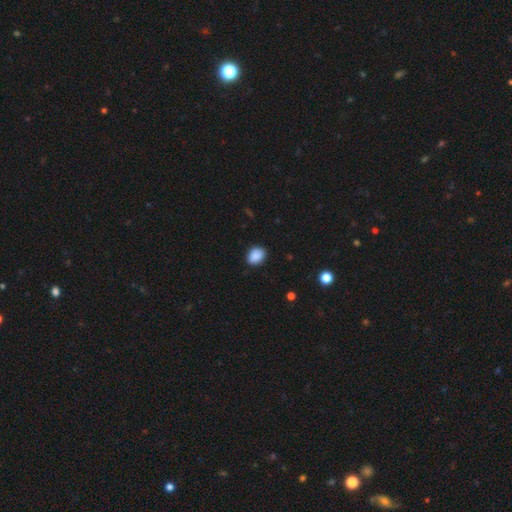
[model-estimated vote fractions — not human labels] smooth_or_featured: smooth (p=0.89) [alt: star or artifact p=0.08]
how_rounded: in between (p=0.62) [alt: round p=0.37]
merging: none (p=0.85) [alt: minor disturbance p=0.11]